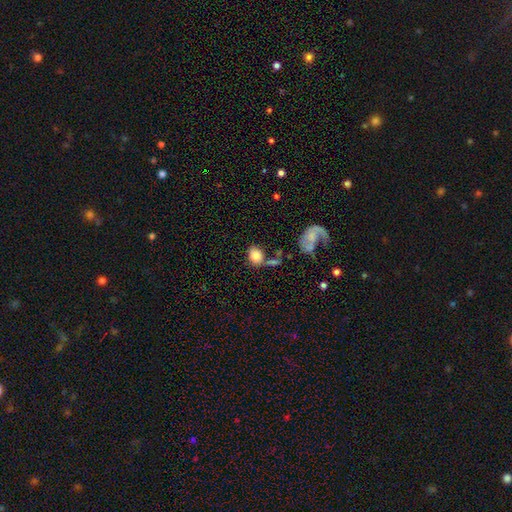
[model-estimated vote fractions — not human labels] Morphology: type=smooth (80%); roundness=in between (50%); merging=none (57%).